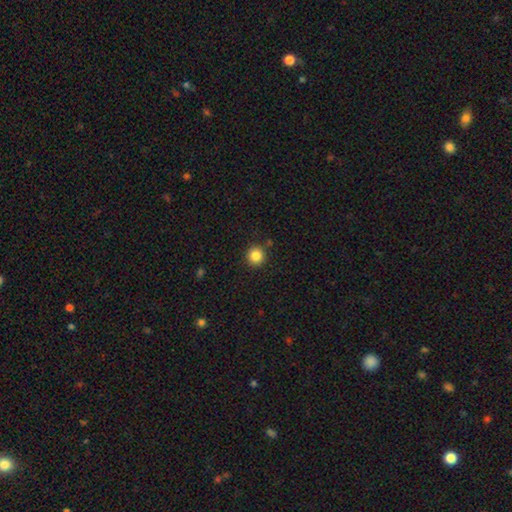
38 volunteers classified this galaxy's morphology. Smooth or featured: smooth — 92% (featured or disk — 5%)
How rounded: round — 97% (in between — 3%)
Merging: none — 92% (minor disturbance — 3%)